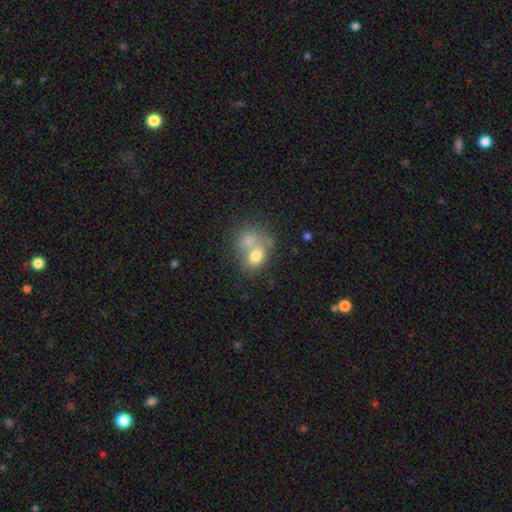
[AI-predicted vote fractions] Q: Smooth or featured?
A: smooth (73%); runner-up: featured or disk (17%)
Q: How rounded?
A: in between (54%); runner-up: round (45%)
Q: Merging?
A: merger (57%); runner-up: none (27%)